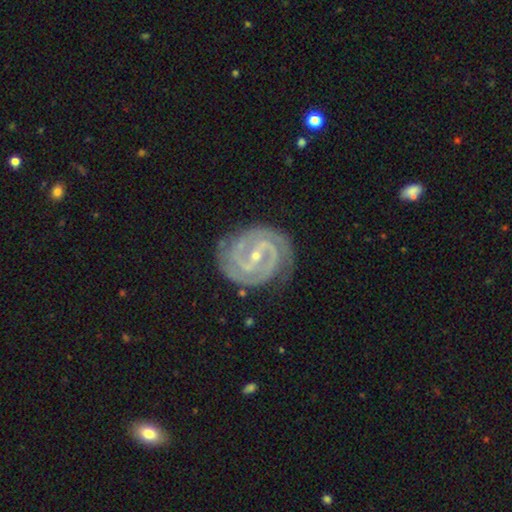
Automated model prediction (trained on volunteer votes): Smooth or featured? featured or disk (92%)
Edge-on disk? no (98%)
Bar? weak (41%)
Spiral arms? yes (99%)
Spiral winding? tight (74%)
Spiral arm count? 2 (73%)
Bulge size? small (74%)
Merging? none (80%)